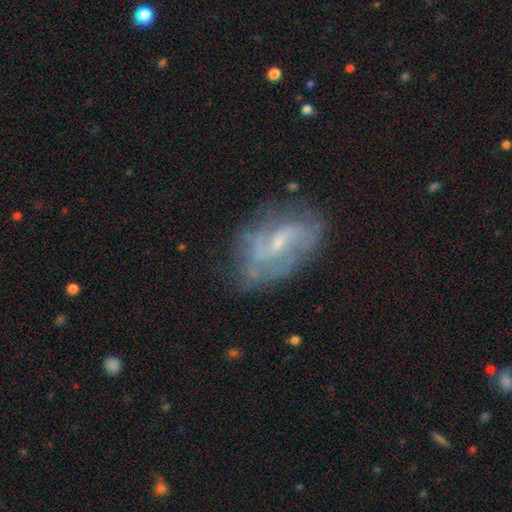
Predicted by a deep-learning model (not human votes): smooth_or_featured: featured or disk (p=0.72) [alt: smooth p=0.19]
disk_edge_on: no (p=0.95) [alt: yes p=0.05]
bar: weak (p=0.51) [alt: no p=0.33]
has_spiral_arms: yes (p=0.79) [alt: no p=0.21]
spiral_winding: medium (p=0.38) [tied with: loose p=0.38]
spiral_arm_count: 2 (p=0.52) [alt: can't tell p=0.30]
bulge_size: small (p=0.62) [alt: moderate p=0.25]
merging: none (p=0.66) [alt: minor disturbance p=0.21]